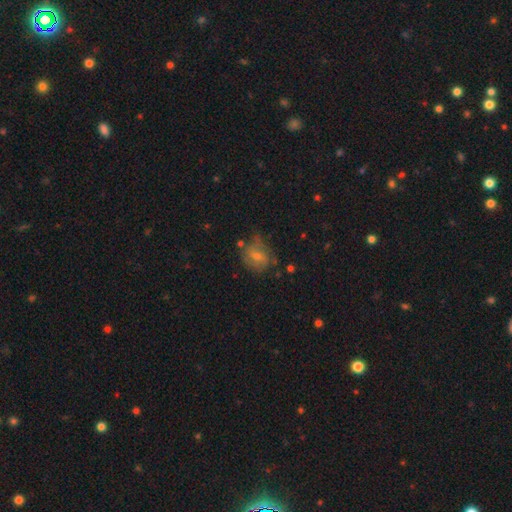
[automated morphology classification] This appears to be a featured or disk galaxy (44%). Merging: none (57%).